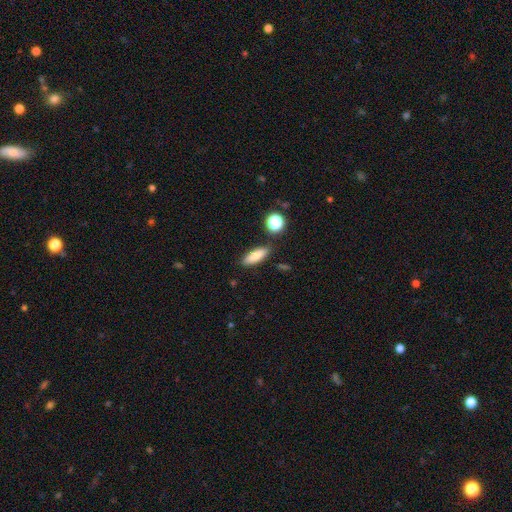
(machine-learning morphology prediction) smooth 82%, featured or disk 9%, star or artifact 9%. Down the decision tree: how rounded — in between (61%); merging — none (83%).